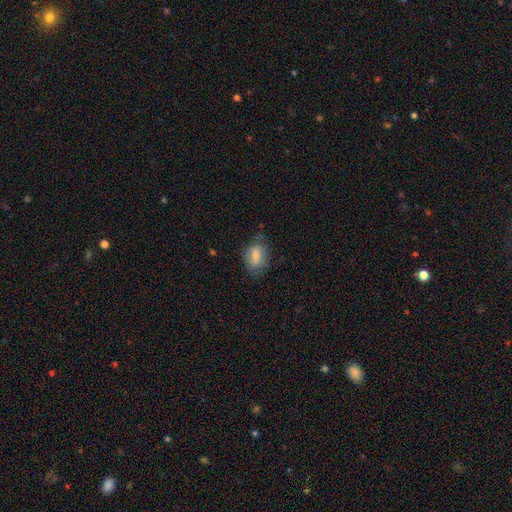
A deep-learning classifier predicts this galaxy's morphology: A smooth galaxy with no disk features (72%) that is in between round and cigar-shaped (83%). Merging: none (60%).